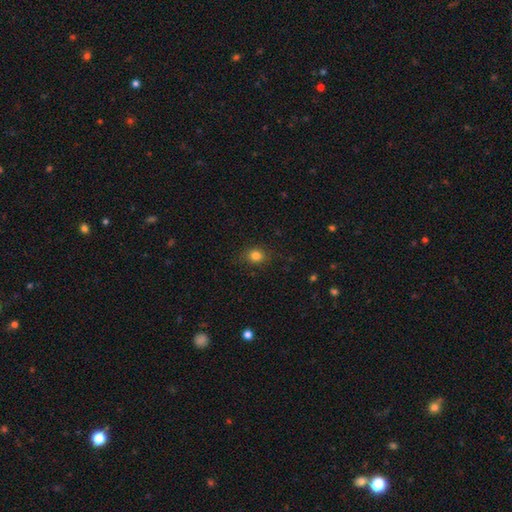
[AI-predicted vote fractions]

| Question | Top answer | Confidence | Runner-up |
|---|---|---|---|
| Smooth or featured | smooth | 82% | star or artifact (12%) |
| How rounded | round | 67% | in between (32%) |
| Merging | none | 84% | minor disturbance (12%) |